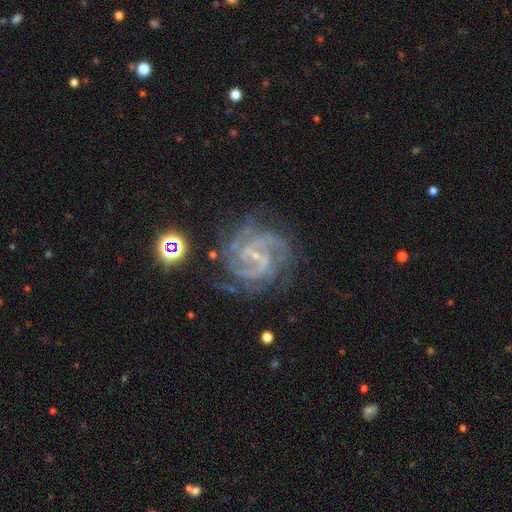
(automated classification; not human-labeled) featured or disk 90%, star or artifact 6%, smooth 3%. Down the decision tree: edge-on disk — no (98%); bar — weak (45%); spiral arms — yes (98%); spiral arm count — 2 (41%); spiral winding — tight (55%); bulge size — small (81%); merging — none (70%).